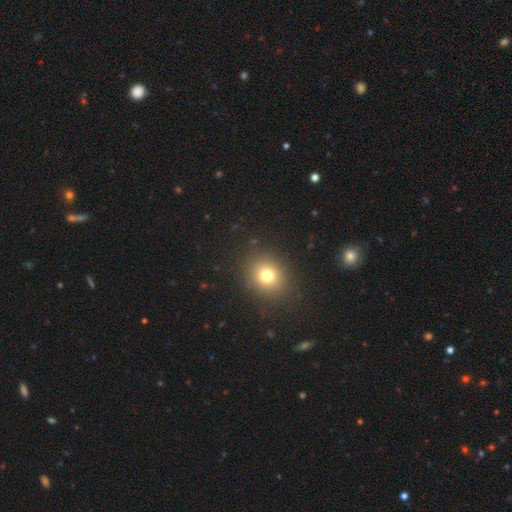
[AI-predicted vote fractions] Overall: smooth (66%; star or artifact 27%). How rounded: round (79%). Merging: none (91%).